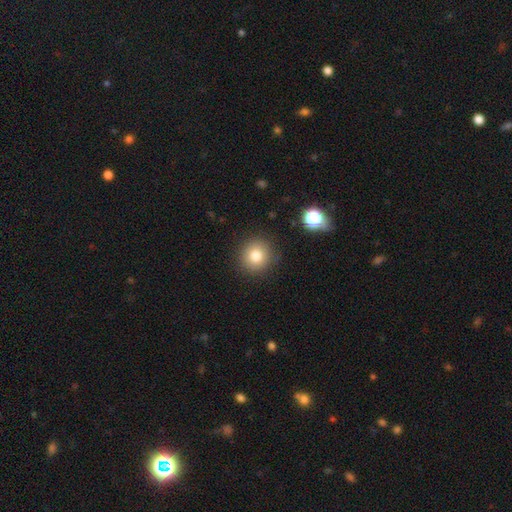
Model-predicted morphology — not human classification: smooth 79%, star or artifact 12%, featured or disk 9%. Down the decision tree: how rounded — round (91%); merging — none (89%).